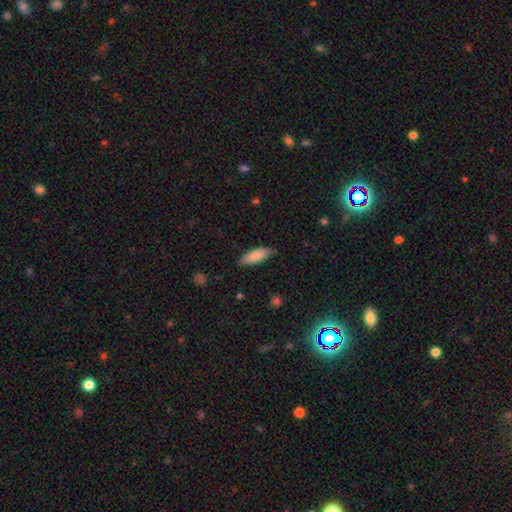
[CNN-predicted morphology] A smooth galaxy with no disk features (84%) that is in between round and cigar-shaped (68%).

Vote fractions:
- Smooth or featured? smooth: 84% / featured or disk: 10% / star or artifact: 6%
- How rounded? in between: 68% / cigar-shaped: 31% / round: 2%
- Merging? none: 80% / minor disturbance: 16% / major disturbance: 3% / merger: 1%